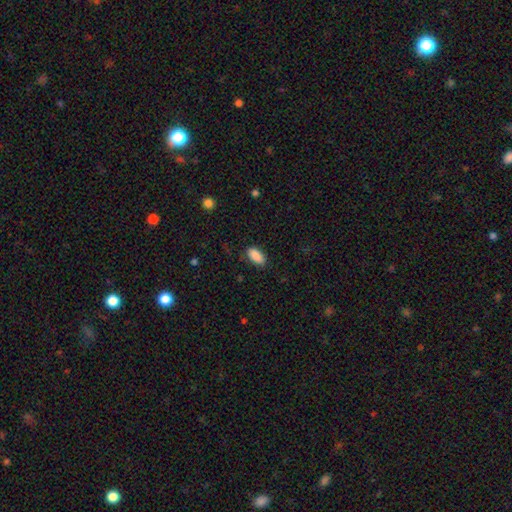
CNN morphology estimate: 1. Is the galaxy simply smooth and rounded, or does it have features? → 89% smooth, 7% star or artifact, 4% featured or disk.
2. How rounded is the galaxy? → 90% in between, 8% cigar-shaped, 3% round.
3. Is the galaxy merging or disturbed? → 83% none, 13% minor disturbance, 3% major disturbance, 1% merger.